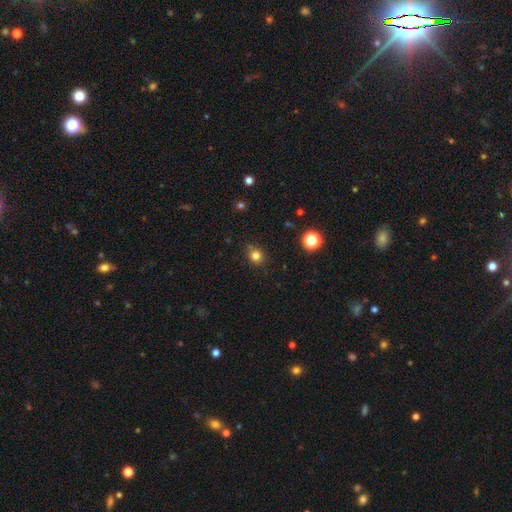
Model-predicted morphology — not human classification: smooth-or-featured: smooth: 80% | star or artifact: 14% | featured or disk: 5%
  how-rounded: round: 81% | in between: 18% | cigar-shaped: 1%
  merging: none: 83% | minor disturbance: 12% | major disturbance: 3% | merger: 2%